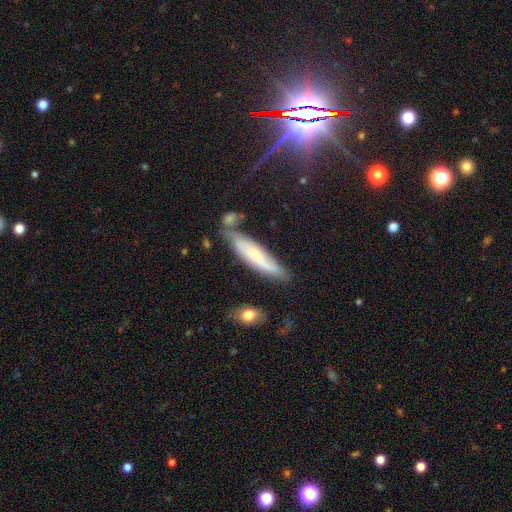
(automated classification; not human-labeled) This appears to be a smooth galaxy with no disk features (52%) that is cigar-shaped (79%). Merging: none (61%).